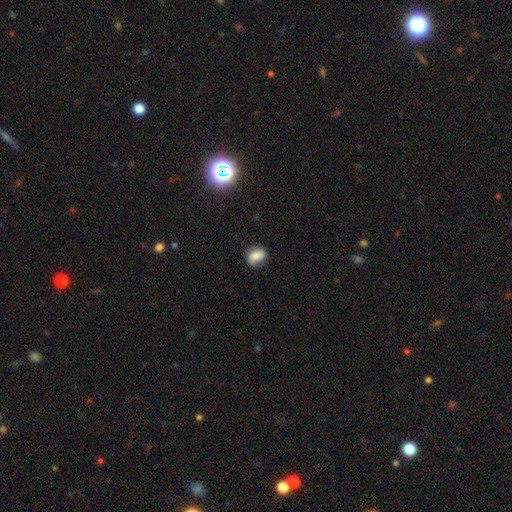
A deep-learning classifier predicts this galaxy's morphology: type=smooth (70%); roundness=in between (53%); merging=none (72%).